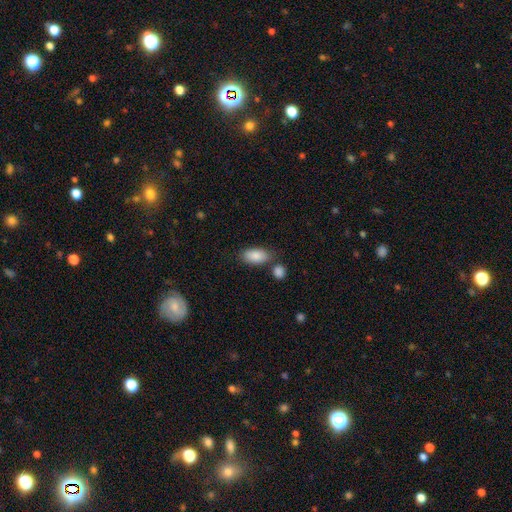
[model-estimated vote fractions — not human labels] Smooth or featured?
  - smooth: 87% *
  - featured or disk: 7%
  - star or artifact: 6%
How rounded?
  - in between: 93% *
  - cigar-shaped: 4%
  - round: 3%
Merging?
  - none: 67% *
  - minor disturbance: 15%
  - merger: 14%
  - major disturbance: 4%